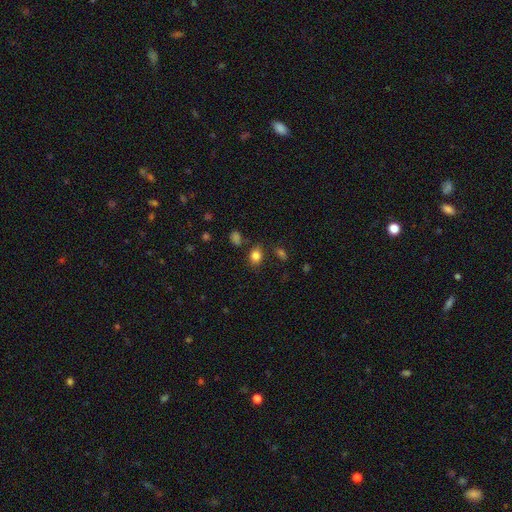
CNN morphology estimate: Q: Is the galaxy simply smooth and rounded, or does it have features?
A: smooth — 83%.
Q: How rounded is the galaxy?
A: in between — 63%.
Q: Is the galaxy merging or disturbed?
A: none — 77%.